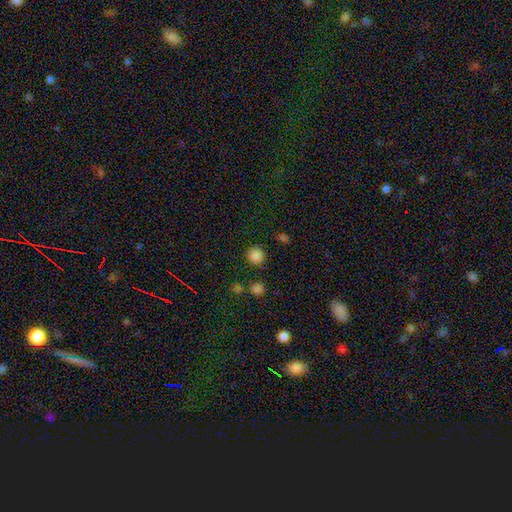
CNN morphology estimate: type=smooth (84%); roundness=round (93%); merging=none (88%).